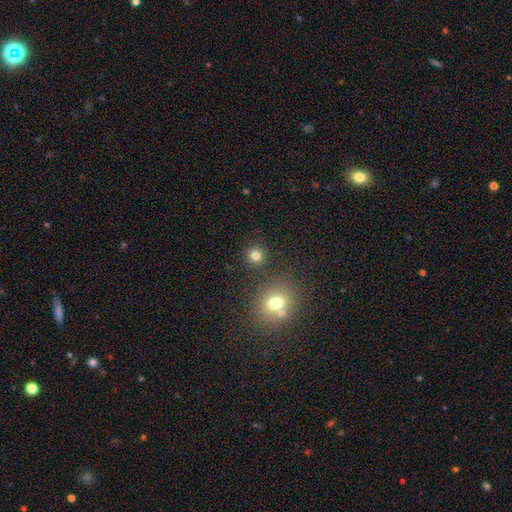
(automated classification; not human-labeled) Overall: smooth (79%). How rounded: round (90%). Merging: none (84%).